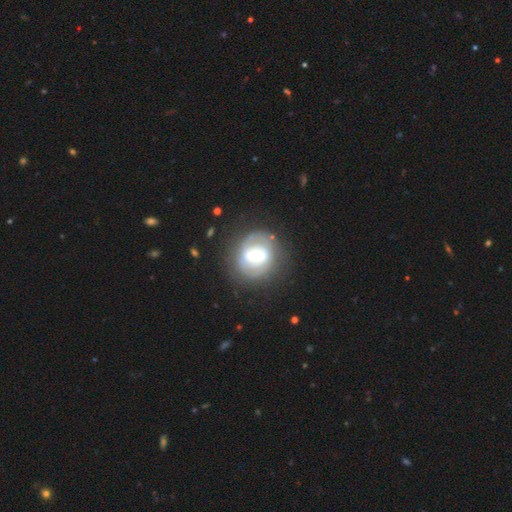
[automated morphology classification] type=featured or disk (68%); edge-on=no (96%); bar=strong (40%, tied with weak); spiral arms=yes (54%); bulge=moderate (63%); merging=none (75%).